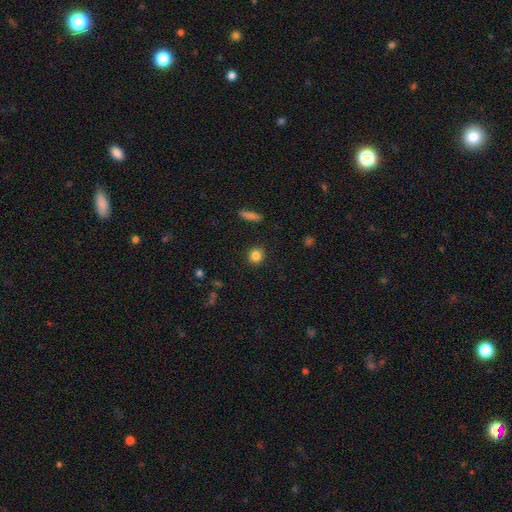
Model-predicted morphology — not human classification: Smooth or featured? smooth (84%)
How rounded? round (85%)
Merging? none (89%)